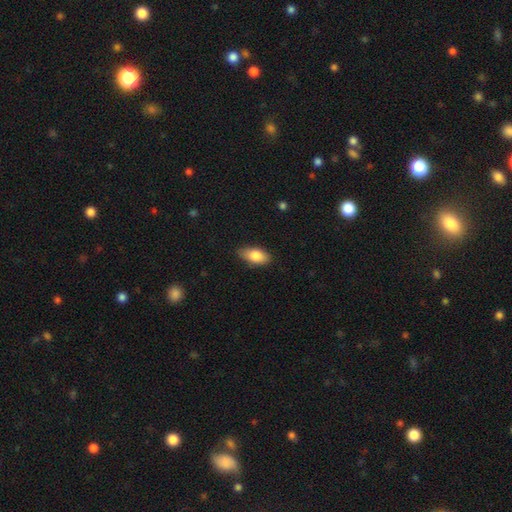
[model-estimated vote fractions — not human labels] This is clearly a smooth galaxy (82%). How rounded: clearly in between (90%). Merging: clearly none (82%).